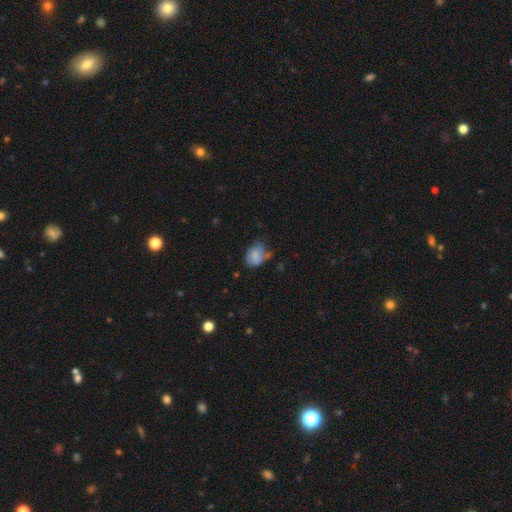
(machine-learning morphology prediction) Q: Smooth or featured?
A: smooth (74%); runner-up: featured or disk (15%)
Q: How rounded?
A: in between (67%); runner-up: round (32%)
Q: Merging?
A: none (44%); runner-up: minor disturbance (32%)